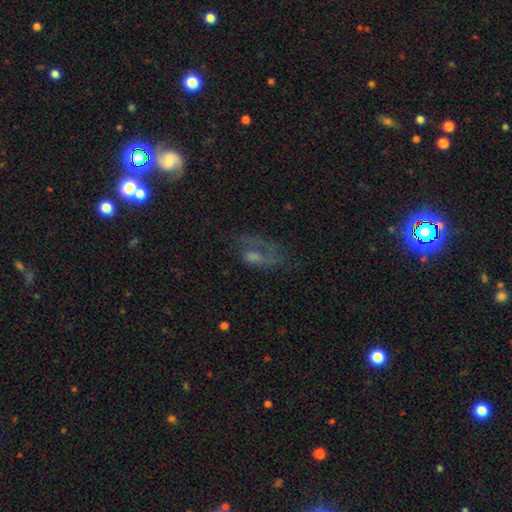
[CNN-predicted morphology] Overall: featured or disk (53%; smooth 31%). Edge-on disk: no (93%). Merging: none (40%; major disturbance 37%).